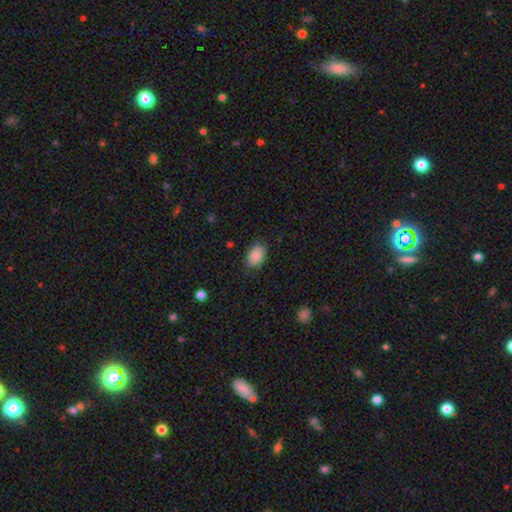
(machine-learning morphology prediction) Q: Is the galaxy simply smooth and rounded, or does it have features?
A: smooth — 85%.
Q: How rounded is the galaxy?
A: in between — 85%.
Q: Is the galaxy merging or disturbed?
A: none — 79%.